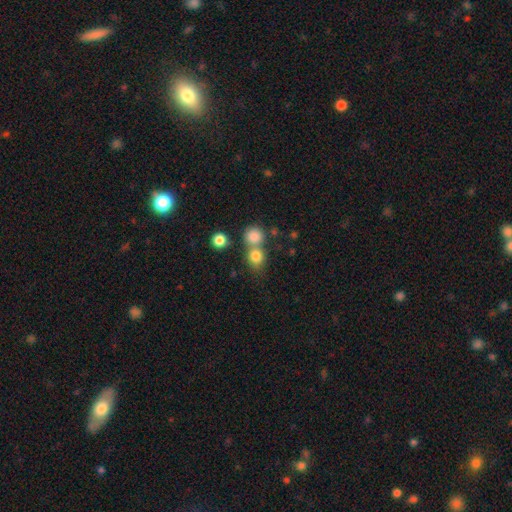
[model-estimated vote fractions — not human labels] Smooth or featured: smooth — 80% (star or artifact — 12%)
How rounded: round — 79% (in between — 20%)
Merging: none — 50% (merger — 39%)